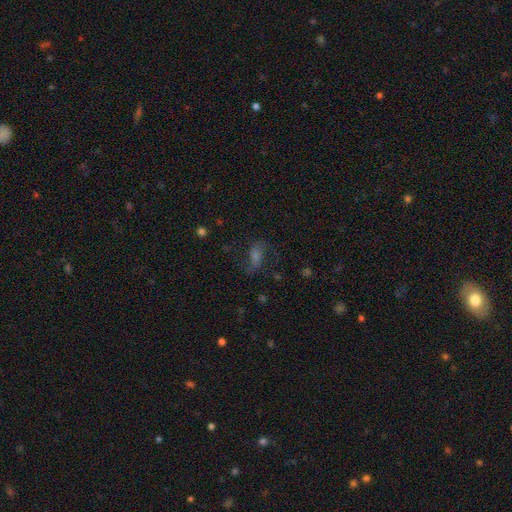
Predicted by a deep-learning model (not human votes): smooth-or-featured: featured or disk: 52% | smooth: 25% | star or artifact: 23%
  disk-edge-on: no: 93% | yes: 7%
  merging: none: 68% | minor disturbance: 16% | major disturbance: 14% | merger: 2%